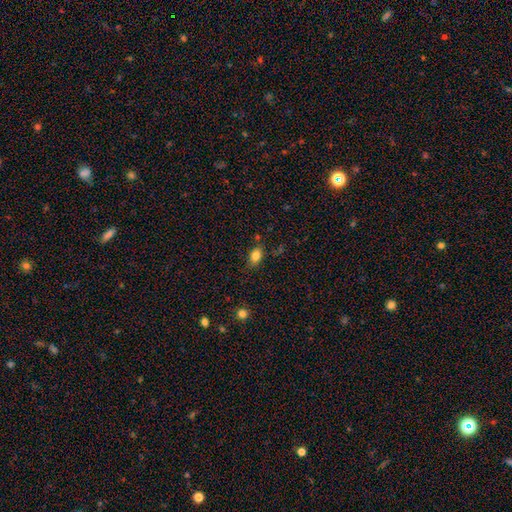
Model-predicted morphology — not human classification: smooth-or-featured: smooth: 83% | star or artifact: 10% | featured or disk: 7%
  how-rounded: in between: 78% | round: 20% | cigar-shaped: 2%
  merging: none: 76% | minor disturbance: 17% | major disturbance: 4% | merger: 3%